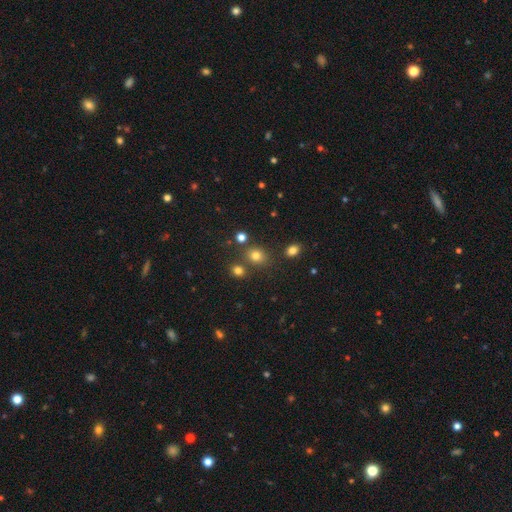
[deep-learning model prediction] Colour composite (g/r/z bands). It shows a smooth galaxy with no disk features (77%) that is round (68%). Merging: none (73%).